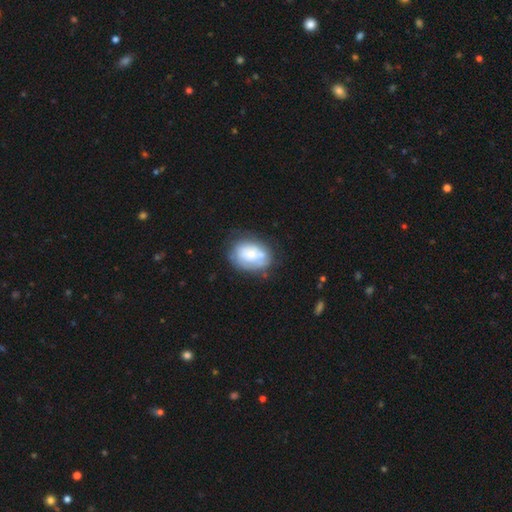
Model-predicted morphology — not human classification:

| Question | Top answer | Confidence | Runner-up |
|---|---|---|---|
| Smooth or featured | smooth | 51% | featured or disk (41%) |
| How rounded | in between | 68% | round (31%) |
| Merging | none | 59% | minor disturbance (24%) |